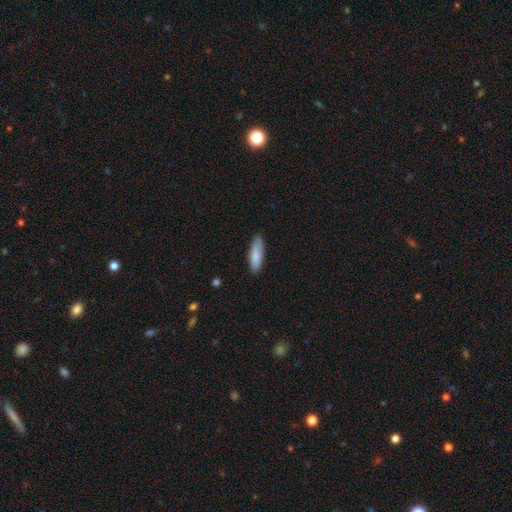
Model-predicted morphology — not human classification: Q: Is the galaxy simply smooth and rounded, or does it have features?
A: smooth — 84%.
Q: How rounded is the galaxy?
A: in between — 52%.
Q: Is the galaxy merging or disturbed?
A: none — 82%.